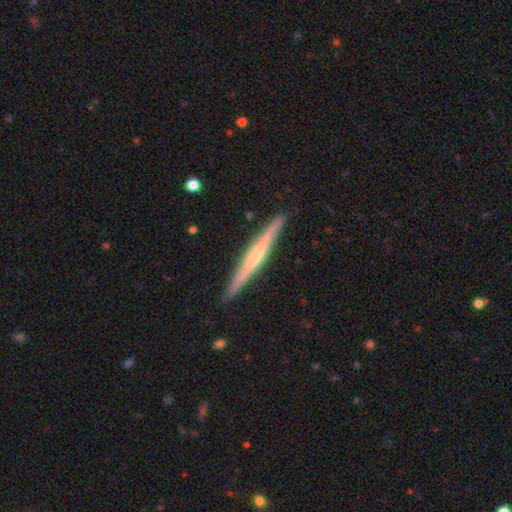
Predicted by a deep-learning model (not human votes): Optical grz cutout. It shows a featured or disk galaxy (66%) viewed edge-on (97%) with a rounded central bulge (44%, tied with none). Merging: none (89%).